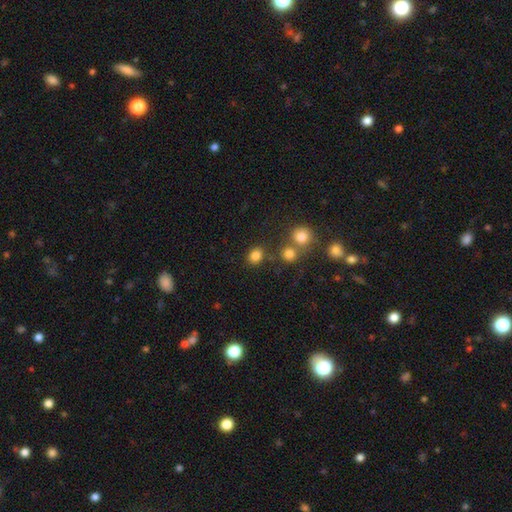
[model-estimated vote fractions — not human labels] Morphology: type=smooth (82%); roundness=round (58%); merging=none (75%).